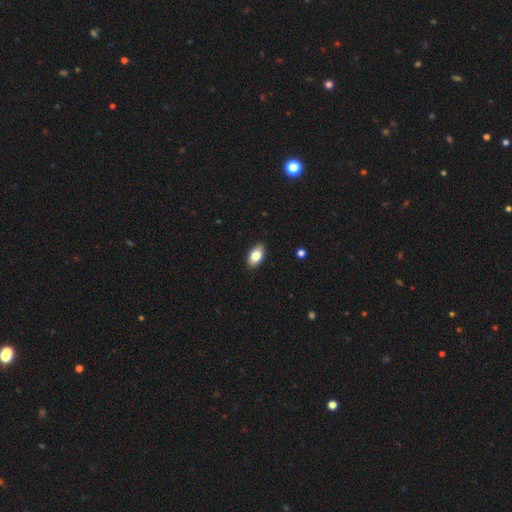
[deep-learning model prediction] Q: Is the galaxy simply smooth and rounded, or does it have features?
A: smooth — 80%.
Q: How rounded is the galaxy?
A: in between — 93%.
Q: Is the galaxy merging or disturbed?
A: none — 89%.